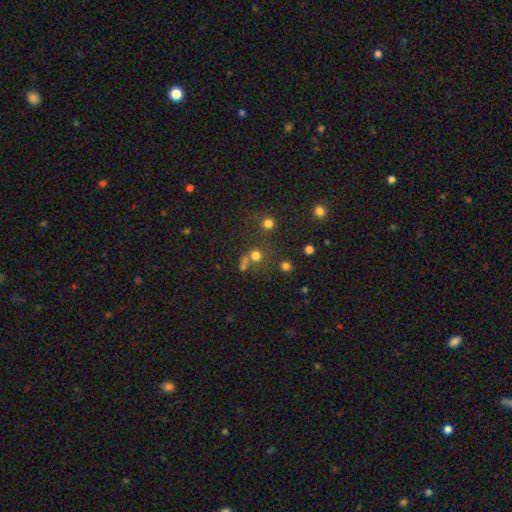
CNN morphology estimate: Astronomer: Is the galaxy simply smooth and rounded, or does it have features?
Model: smooth — 65%.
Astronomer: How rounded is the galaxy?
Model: round — 83%.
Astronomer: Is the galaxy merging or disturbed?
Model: none — 52% (runner-up: merger, 29%).